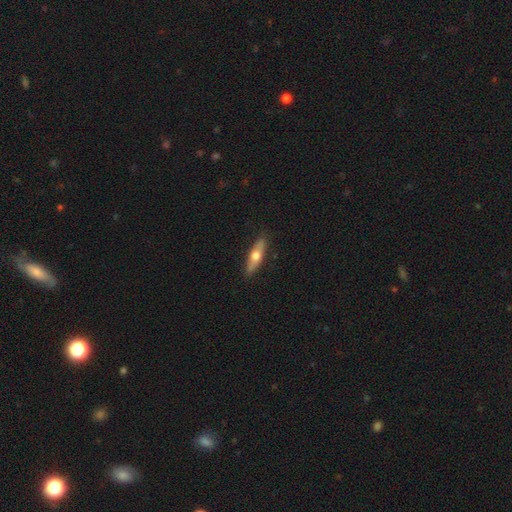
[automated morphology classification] Smooth or featured? Predicted: smooth (p=0.55). How rounded? Predicted: cigar-shaped (p=0.55). Merging? Predicted: none (p=0.87).